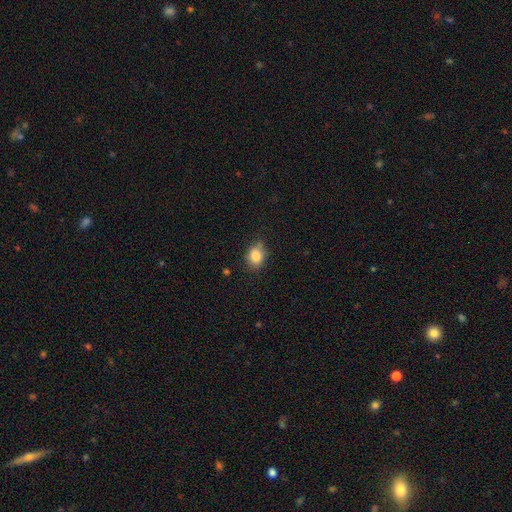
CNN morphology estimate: smooth 83%, star or artifact 9%, featured or disk 8%. Down the decision tree: how rounded — in between (58%); merging — none (72%).